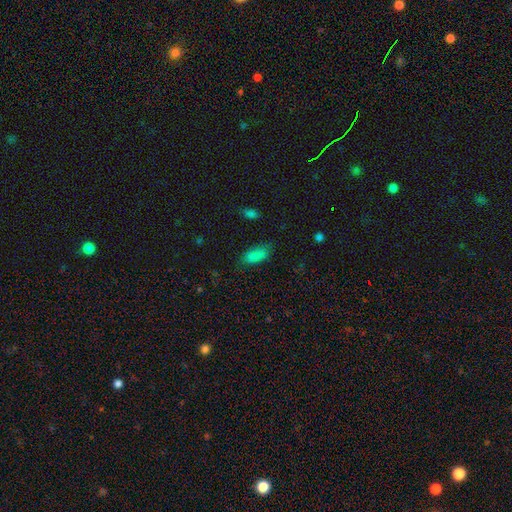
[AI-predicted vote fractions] smooth_or_featured: smooth (p=0.85) [alt: star or artifact p=0.10]
how_rounded: in between (p=0.84) [alt: cigar-shaped p=0.13]
merging: none (p=0.73) [alt: minor disturbance p=0.20]